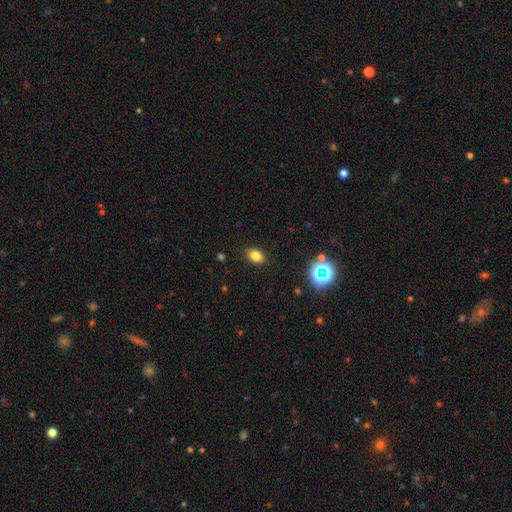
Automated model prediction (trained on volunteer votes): This is likely a smooth galaxy (80%). How rounded: likely in between (73%). Merging: clearly none (88%).